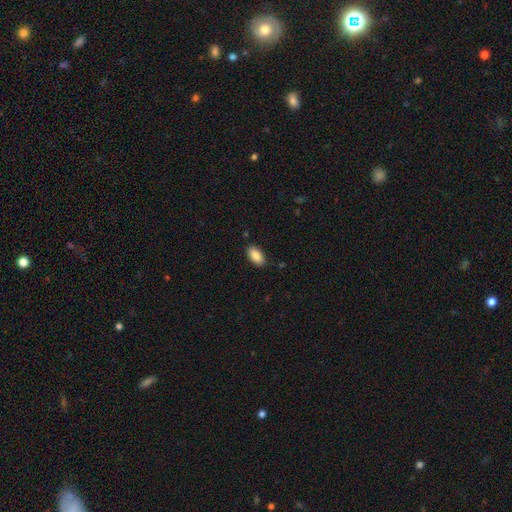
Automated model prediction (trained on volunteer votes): Q: Smooth or featured?
A: smooth (87%); runner-up: star or artifact (7%)
Q: How rounded?
A: in between (93%); runner-up: cigar-shaped (4%)
Q: Merging?
A: none (87%); runner-up: minor disturbance (9%)